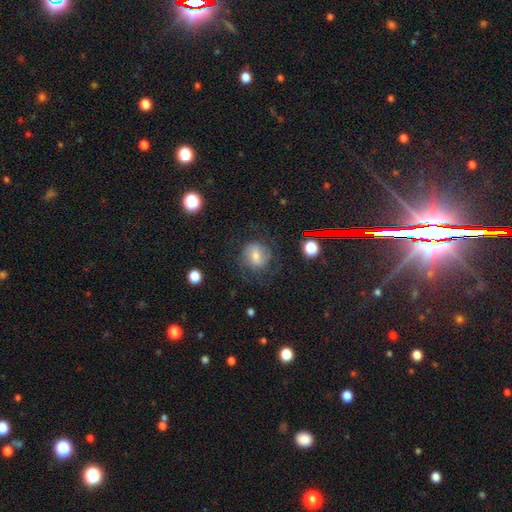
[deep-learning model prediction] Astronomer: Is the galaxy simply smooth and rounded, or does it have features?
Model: smooth — 43% (runner-up: featured or disk, 40%).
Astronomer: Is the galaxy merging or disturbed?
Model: none — 69%.